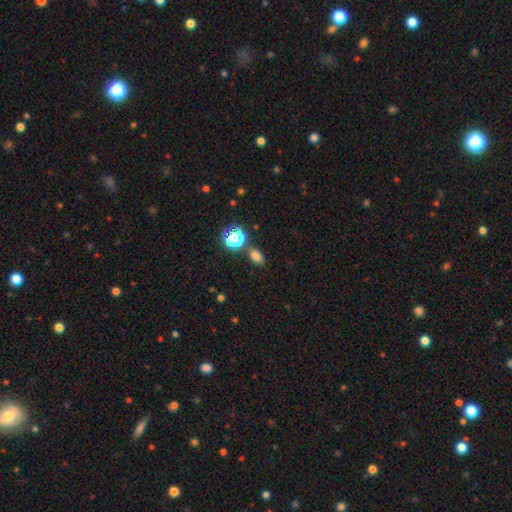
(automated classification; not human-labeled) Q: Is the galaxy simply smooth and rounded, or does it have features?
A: smooth — 73%.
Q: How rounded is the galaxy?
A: in between — 79%.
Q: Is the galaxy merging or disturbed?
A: none — 80%.